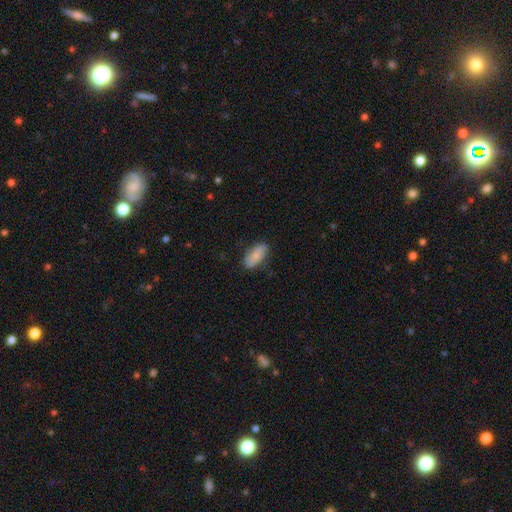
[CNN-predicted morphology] This appears to be a smooth galaxy with no disk features (76%) that is in between round and cigar-shaped (89%). Merging: none (76%).